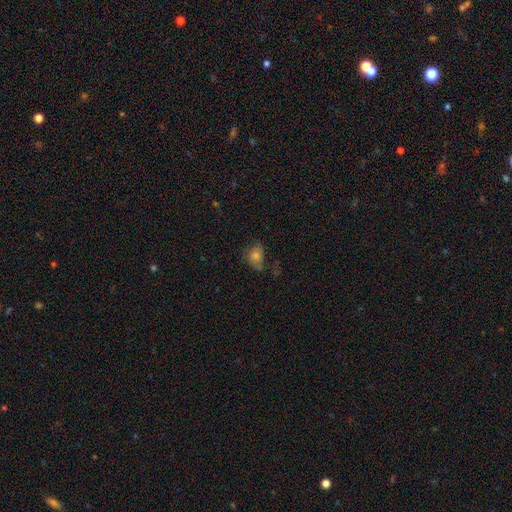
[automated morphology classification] Smooth or featured?
  - smooth: 58% *
  - featured or disk: 25%
  - star or artifact: 18%
How rounded?
  - in between: 62% *
  - round: 37%
  - cigar-shaped: 2%
Merging?
  - none: 53% *
  - minor disturbance: 27%
  - major disturbance: 16%
  - merger: 4%